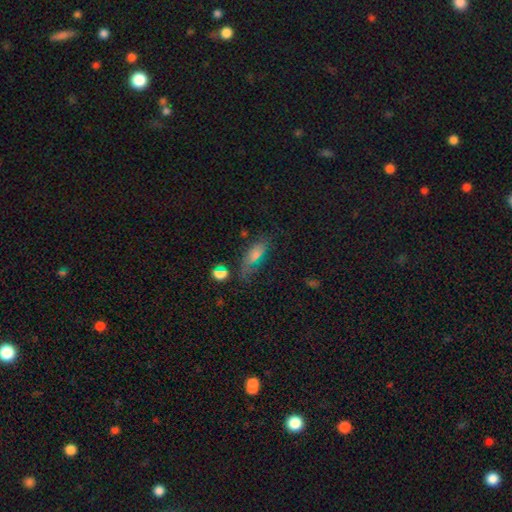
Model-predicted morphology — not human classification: Smooth or featured? smooth (66%)
How rounded? in between (72%)
Merging? none (58%)